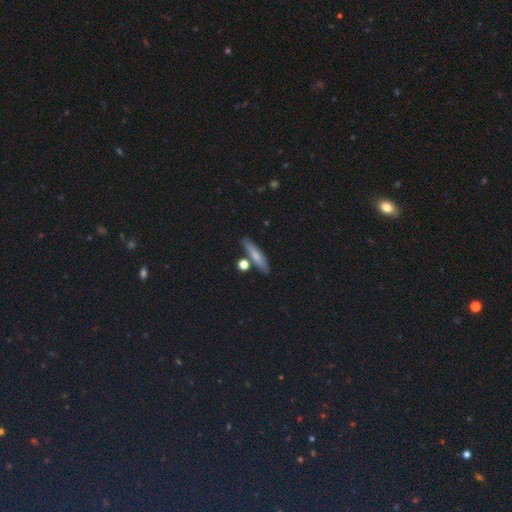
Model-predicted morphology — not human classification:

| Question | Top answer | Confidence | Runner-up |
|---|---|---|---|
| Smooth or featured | smooth | 69% | featured or disk (21%) |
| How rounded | cigar-shaped | 72% | in between (20%) |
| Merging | none | 80% | minor disturbance (10%) |